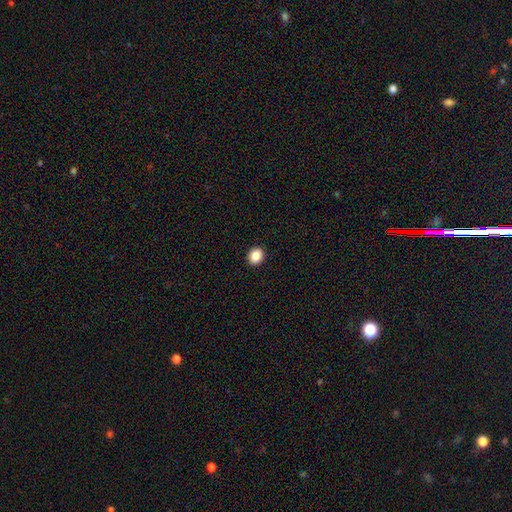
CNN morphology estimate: smooth_or_featured: smooth (p=0.87) [alt: star or artifact p=0.09]
how_rounded: round (p=0.65) [alt: in between p=0.35]
merging: none (p=0.93) [alt: minor disturbance p=0.05]